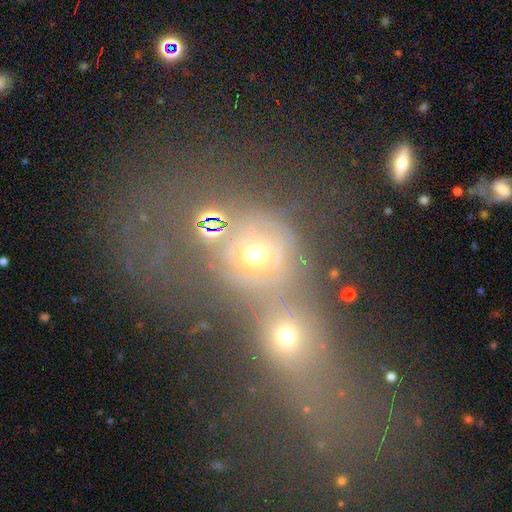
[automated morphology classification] Smooth or featured: smooth — 48% (featured or disk — 32%)
Merging: merger — 69% (none — 14%)